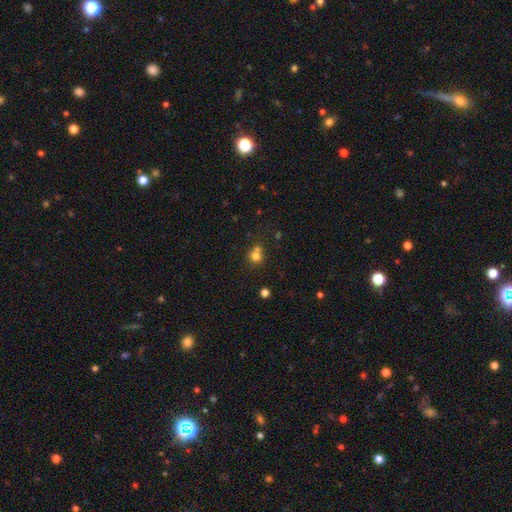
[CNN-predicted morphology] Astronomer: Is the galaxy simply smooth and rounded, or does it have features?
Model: smooth — 75%.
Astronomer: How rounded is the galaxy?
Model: round — 85%.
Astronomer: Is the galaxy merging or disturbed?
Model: none — 49% (runner-up: merger, 39%).